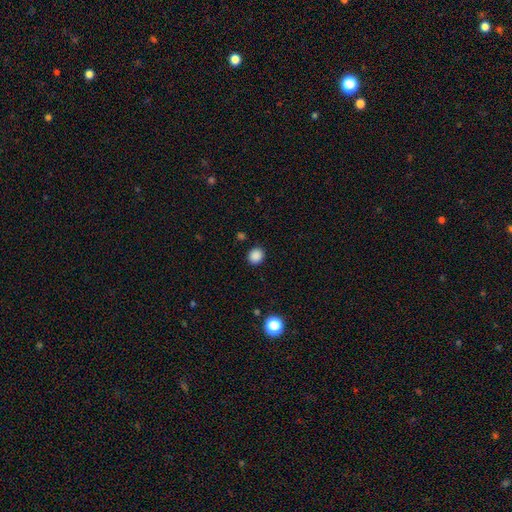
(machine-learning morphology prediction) Smooth or featured: smooth — 87% (star or artifact — 11%)
How rounded: round — 81% (in between — 18%)
Merging: none — 90% (minor disturbance — 7%)